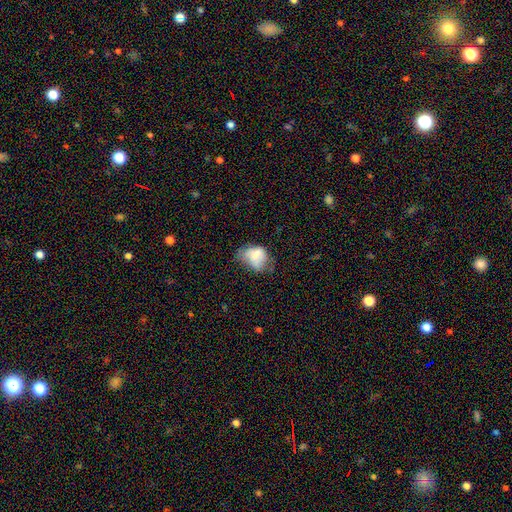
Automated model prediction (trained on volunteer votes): This appears to be a smooth galaxy with no disk features (70%) that is in between round and cigar-shaped (67%). Merging: minor disturbance (37%).